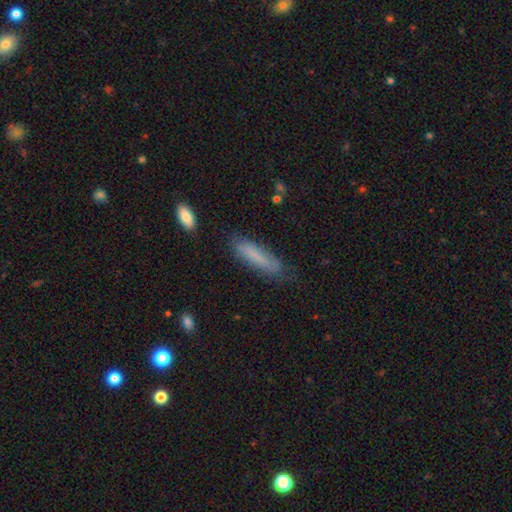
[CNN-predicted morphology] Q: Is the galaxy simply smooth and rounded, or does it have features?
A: smooth — 76%.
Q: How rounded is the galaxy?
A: cigar-shaped — 77%.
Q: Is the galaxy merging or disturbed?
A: none — 76%.